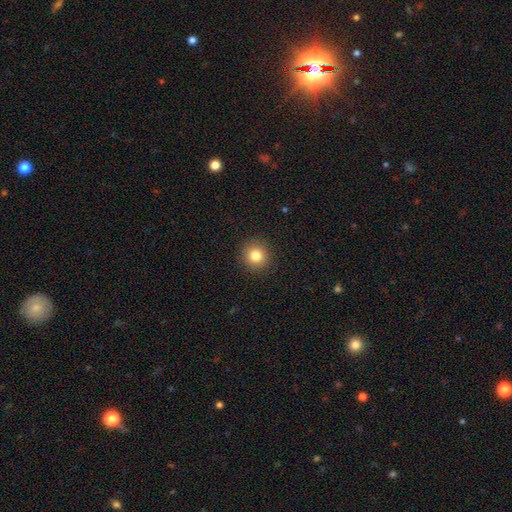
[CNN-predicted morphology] smooth 82%, star or artifact 11%, featured or disk 6%. Down the decision tree: how rounded — round (93%); merging — none (92%).